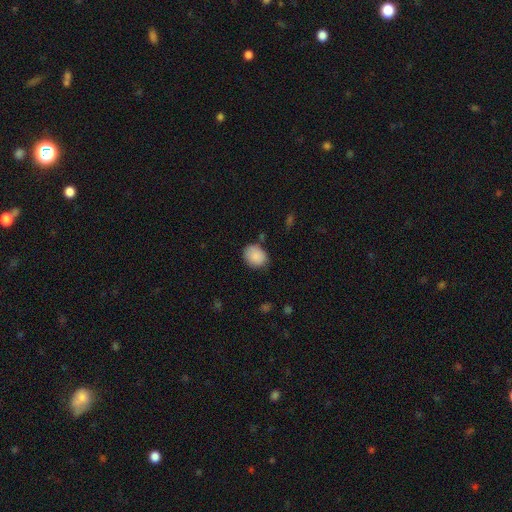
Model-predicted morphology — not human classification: smooth-or-featured: smooth: 89% | star or artifact: 7% | featured or disk: 4%
  how-rounded: in between: 50% | round: 49% | cigar-shaped: 1%
  merging: none: 74% | minor disturbance: 19% | major disturbance: 4% | merger: 3%